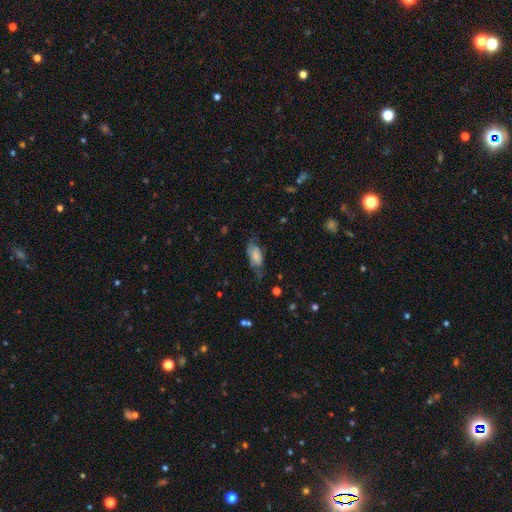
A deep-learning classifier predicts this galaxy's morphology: The model was most divided on "merging": none: 48%, minor disturbance: 33%, major disturbance: 17%, merger: 2%. More confident: how rounded — in between (85%); smooth or featured — smooth (69%).